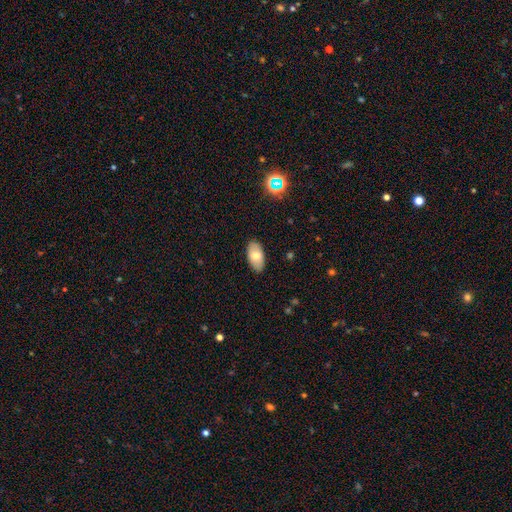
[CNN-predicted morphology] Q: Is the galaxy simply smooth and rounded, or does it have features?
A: smooth — 72%.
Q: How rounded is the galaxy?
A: in between — 95%.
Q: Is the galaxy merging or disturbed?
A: none — 87%.